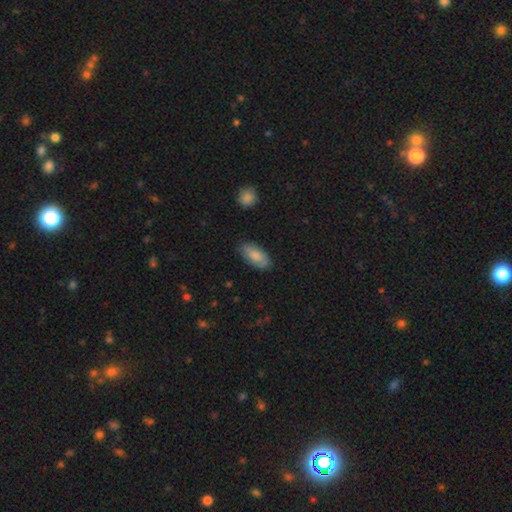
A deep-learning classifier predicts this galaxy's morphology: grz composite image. It shows a smooth galaxy with no disk features (79%) that is in between round and cigar-shaped (93%). Merging: none (81%).